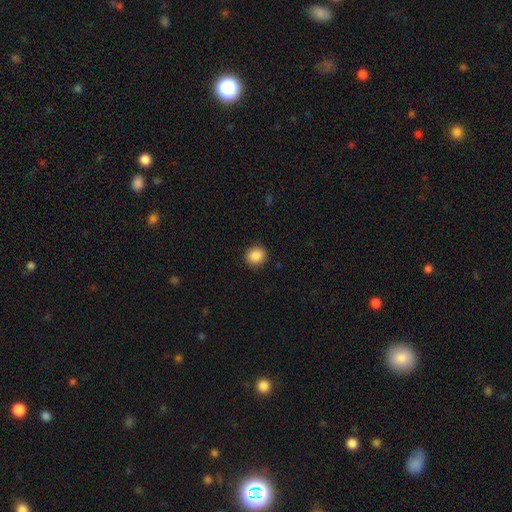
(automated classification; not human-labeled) smooth-or-featured: smooth: 88% | star or artifact: 9% | featured or disk: 3%
  how-rounded: round: 82% | in between: 17% | cigar-shaped: 1%
  merging: none: 90% | minor disturbance: 7% | major disturbance: 2% | merger: 1%